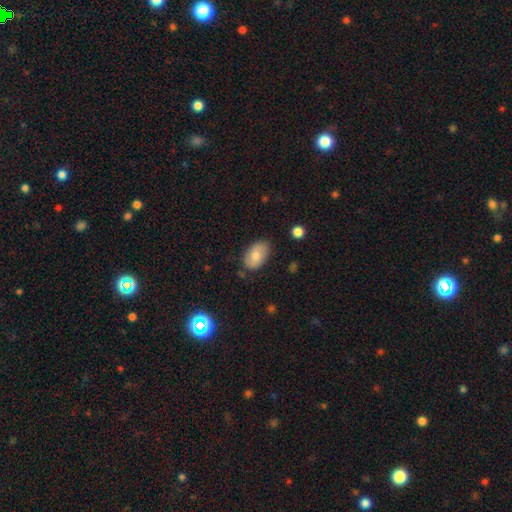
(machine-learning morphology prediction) A smooth galaxy with no disk features (72%) that is in between round and cigar-shaped (90%). Merging: none (77%).